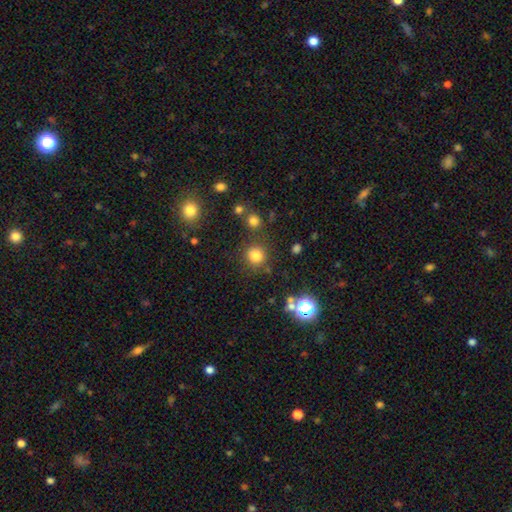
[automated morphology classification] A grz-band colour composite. It shows a smooth galaxy with no disk features (79%) that is round (91%). Merging: none (81%).